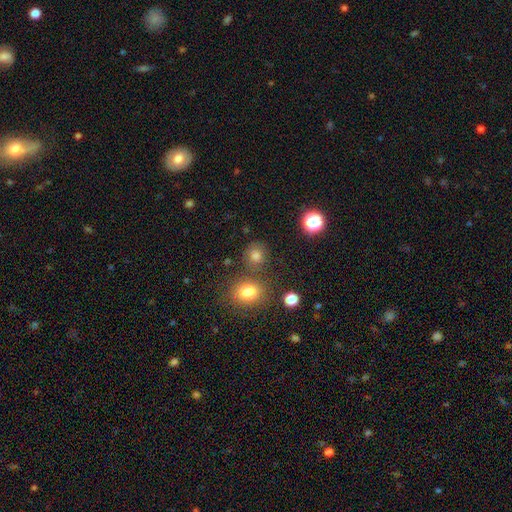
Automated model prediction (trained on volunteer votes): The model was most divided on "smooth or featured": smooth: 75%, star or artifact: 18%, featured or disk: 7%. More confident: how rounded — round (80%); merging — none (74%).